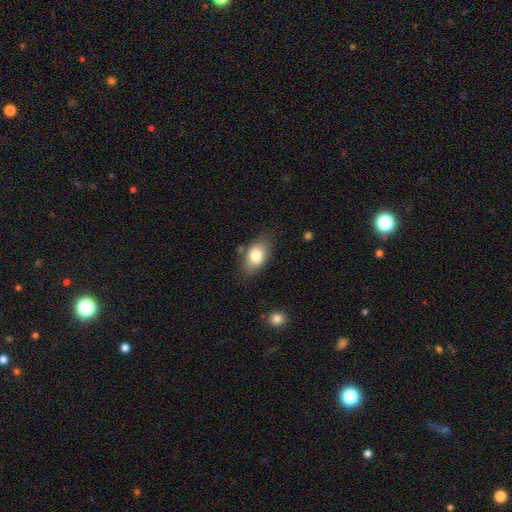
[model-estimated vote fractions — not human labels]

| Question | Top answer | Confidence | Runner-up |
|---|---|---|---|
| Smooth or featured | smooth | 78% | featured or disk (14%) |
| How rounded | in between | 87% | round (11%) |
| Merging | none | 74% | minor disturbance (18%) |